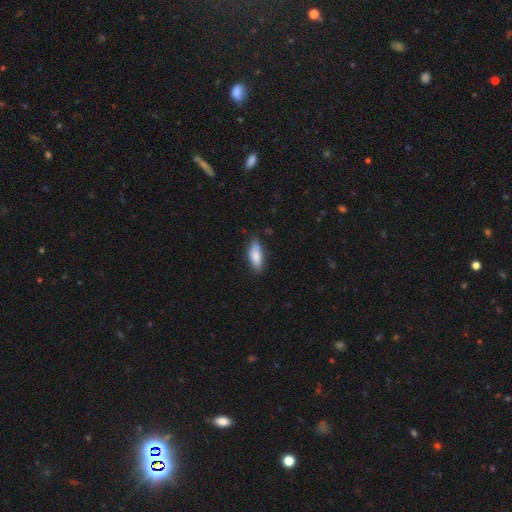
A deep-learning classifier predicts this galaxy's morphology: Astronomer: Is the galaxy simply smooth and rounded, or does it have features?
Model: smooth — 83%.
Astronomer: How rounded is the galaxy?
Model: in between — 69%.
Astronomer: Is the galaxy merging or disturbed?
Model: none — 75%.